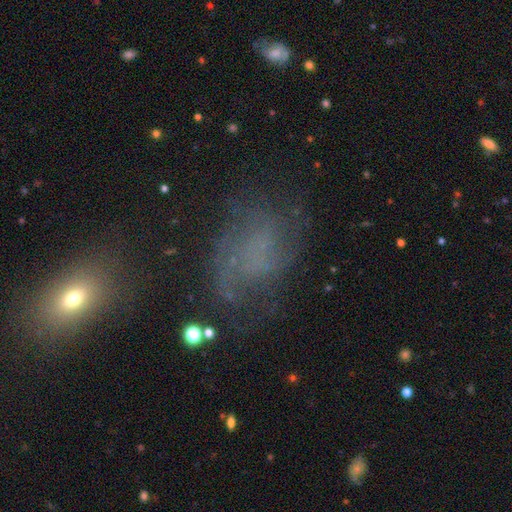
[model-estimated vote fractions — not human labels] Smooth or featured? featured or disk (52%)
Edge-on disk? no (97%)
Bar? no (76%)
Spiral arms? yes (69%)
Bulge size? none (69%)
Merging? none (54%)